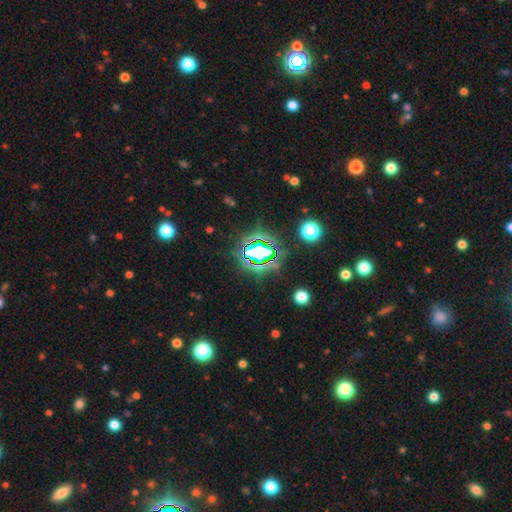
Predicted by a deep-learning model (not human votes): A star or artifact, not a galaxy (73%).

Vote fractions:
- Smooth or featured? star or artifact: 73% / smooth: 16% / featured or disk: 11%